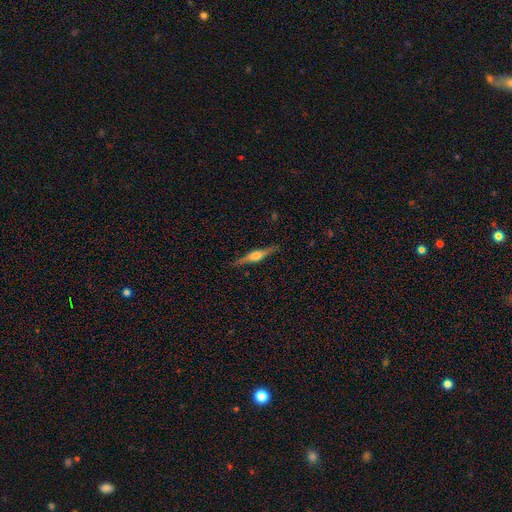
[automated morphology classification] This is likely a featured or disk galaxy (76%). It is clearly viewed edge-on (98%). Edge-on bulge: clearly rounded (89%). Merging: clearly none (90%).